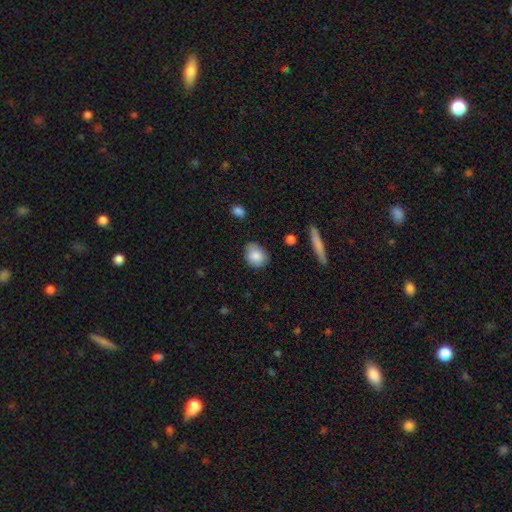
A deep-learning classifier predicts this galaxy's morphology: Q: Smooth or featured?
A: smooth (85%); runner-up: star or artifact (7%)
Q: How rounded?
A: round (55%); runner-up: in between (44%)
Q: Merging?
A: none (74%); runner-up: minor disturbance (20%)